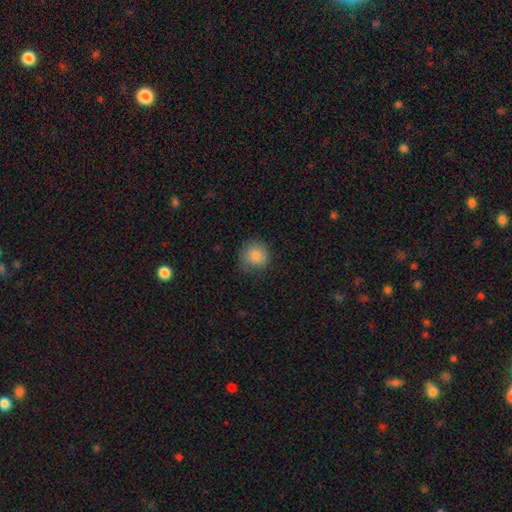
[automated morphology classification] A smooth galaxy with no disk features (85%) that is round (91%).

Vote fractions:
- Smooth or featured? smooth: 85% / star or artifact: 9% / featured or disk: 6%
- How rounded? round: 91% / in between: 8% / cigar-shaped: 1%
- Merging? none: 77% / minor disturbance: 17% / major disturbance: 5% / merger: 1%